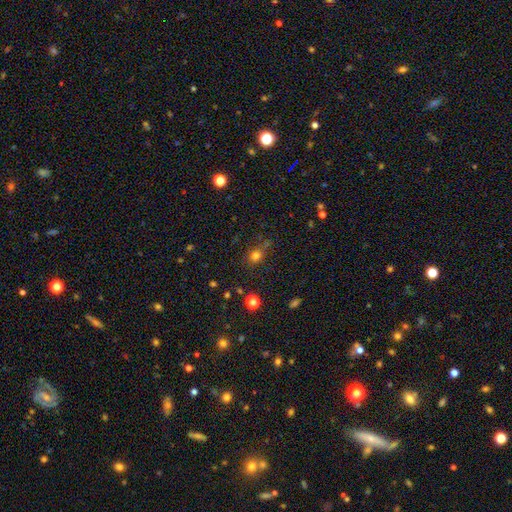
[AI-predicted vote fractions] Smooth or featured?
  - smooth: 73% *
  - star or artifact: 19%
  - featured or disk: 8%
How rounded?
  - round: 62% *
  - in between: 36%
  - cigar-shaped: 2%
Merging?
  - none: 67% *
  - minor disturbance: 19%
  - major disturbance: 8%
  - merger: 5%